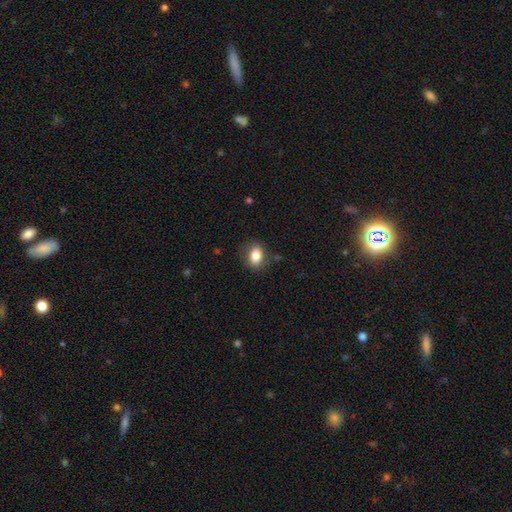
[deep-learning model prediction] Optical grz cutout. It shows a smooth galaxy with no disk features (83%) that is in between round and cigar-shaped (68%). Merging: none (81%).